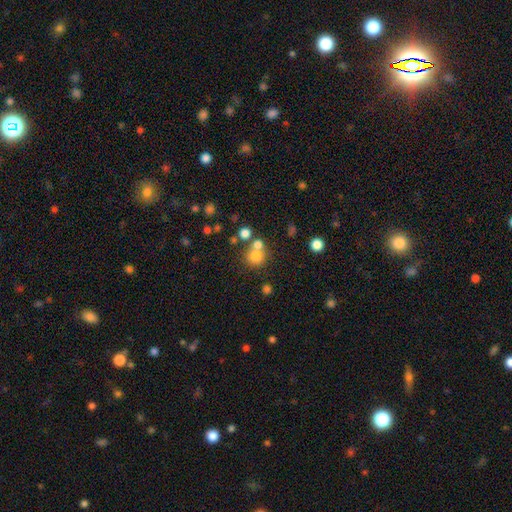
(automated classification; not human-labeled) Q: Smooth or featured?
A: smooth (74%); runner-up: star or artifact (16%)
Q: How rounded?
A: round (86%); runner-up: in between (13%)
Q: Merging?
A: none (54%); runner-up: merger (34%)